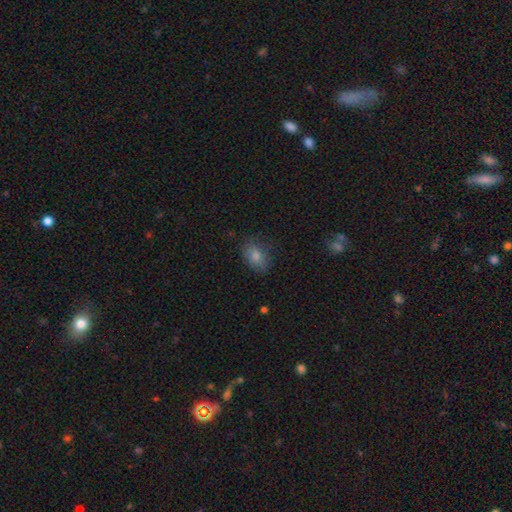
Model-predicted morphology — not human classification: A smooth galaxy with no disk features (75%) that is in between round and cigar-shaped (76%).

Vote fractions:
- Smooth or featured? smooth: 75% / star or artifact: 14% / featured or disk: 11%
- How rounded? in between: 76% / round: 22% / cigar-shaped: 2%
- Merging? none: 80% / minor disturbance: 15% / major disturbance: 3% / merger: 1%